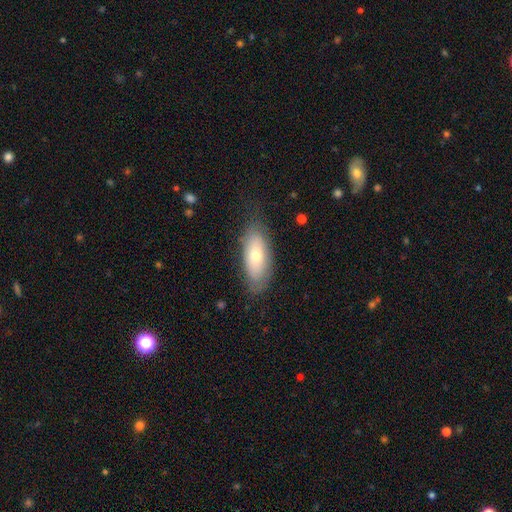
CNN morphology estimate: Smooth or featured? smooth (63%)
How rounded? in between (84%)
Merging? none (74%)